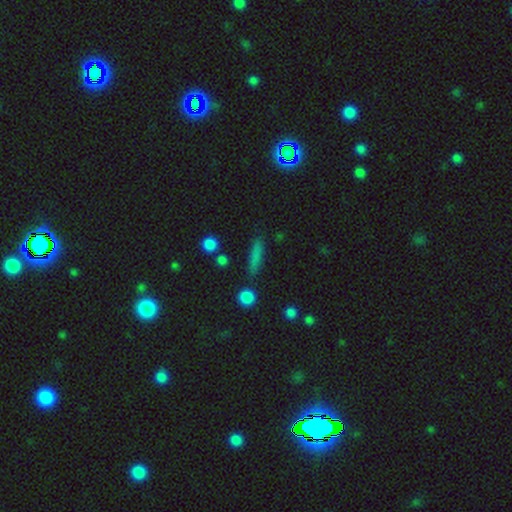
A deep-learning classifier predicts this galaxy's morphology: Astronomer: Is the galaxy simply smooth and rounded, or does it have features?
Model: smooth — 74%.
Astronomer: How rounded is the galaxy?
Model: cigar-shaped — 80%.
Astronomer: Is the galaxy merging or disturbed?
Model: none — 81%.